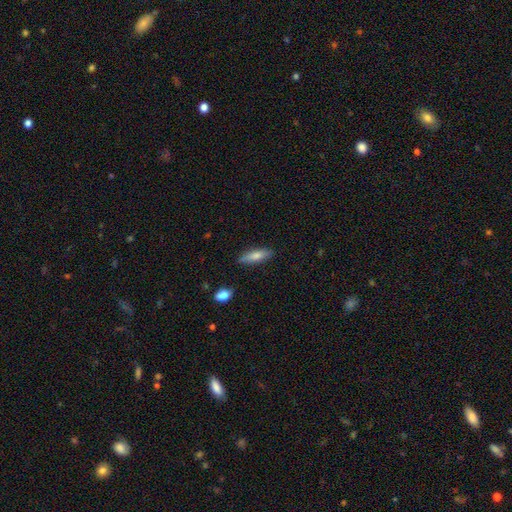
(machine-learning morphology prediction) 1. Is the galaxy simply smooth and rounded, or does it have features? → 75% smooth, 19% featured or disk, 6% star or artifact.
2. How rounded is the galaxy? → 58% cigar-shaped, 40% in between, 2% round.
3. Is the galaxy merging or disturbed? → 84% none, 12% minor disturbance, 2% major disturbance, 2% merger.